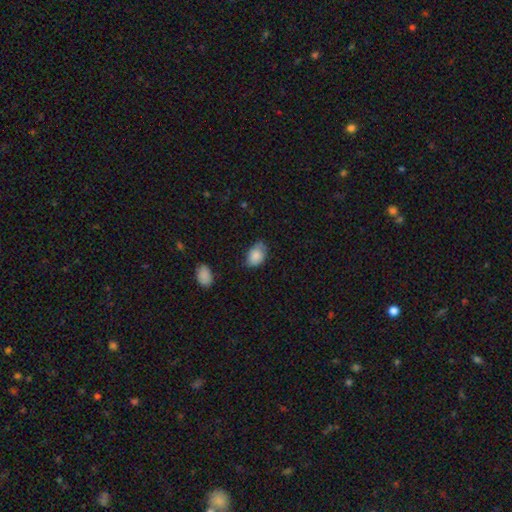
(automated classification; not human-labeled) A smooth galaxy with no disk features (85%) that is in between round and cigar-shaped (86%).

Vote fractions:
- Smooth or featured? smooth: 85% / featured or disk: 8% / star or artifact: 7%
- How rounded? in between: 86% / round: 13% / cigar-shaped: 1%
- Merging? none: 61% / minor disturbance: 31% / major disturbance: 6% / merger: 2%